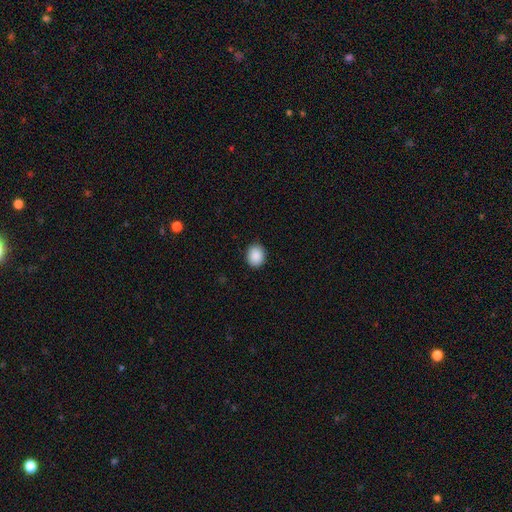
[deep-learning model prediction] The model was most divided on "how rounded": round: 57%, in between: 42%, cigar-shaped: 1%. More confident: smooth or featured — smooth (90%); merging — none (89%).